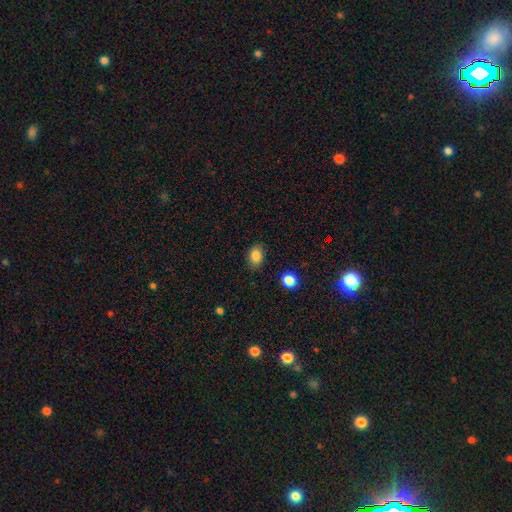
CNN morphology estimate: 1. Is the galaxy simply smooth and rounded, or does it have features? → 85% smooth, 10% star or artifact, 6% featured or disk.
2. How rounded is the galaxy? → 72% in between, 27% round, 1% cigar-shaped.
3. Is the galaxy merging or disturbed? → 85% none, 11% minor disturbance, 3% major disturbance, 2% merger.